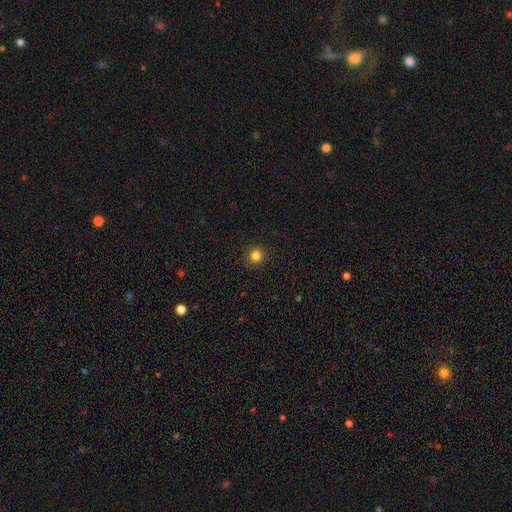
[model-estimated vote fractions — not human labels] Smooth or featured? smooth (83%)
How rounded? round (95%)
Merging? none (92%)